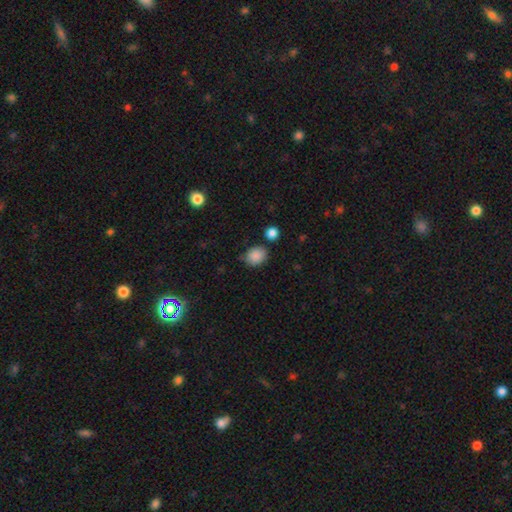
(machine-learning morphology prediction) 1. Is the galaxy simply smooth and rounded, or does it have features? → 87% smooth, 9% star or artifact, 4% featured or disk.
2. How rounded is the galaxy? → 55% round, 44% in between, 1% cigar-shaped.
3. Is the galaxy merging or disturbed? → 73% none, 17% minor disturbance, 6% merger, 4% major disturbance.